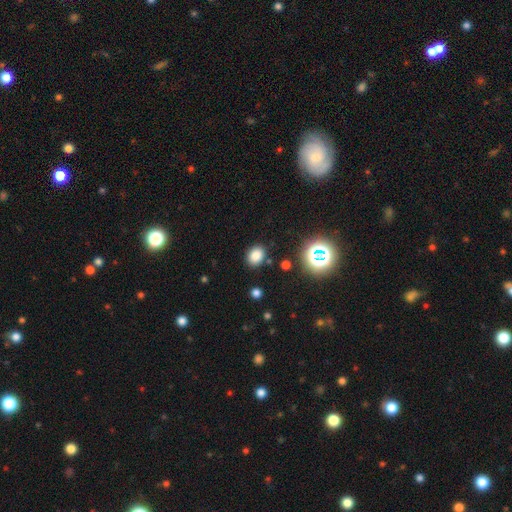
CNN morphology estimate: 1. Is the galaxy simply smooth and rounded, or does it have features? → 79% smooth, 15% star or artifact, 5% featured or disk.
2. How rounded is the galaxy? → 58% in between, 41% round, 1% cigar-shaped.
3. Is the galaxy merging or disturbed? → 85% none, 9% minor disturbance, 3% major disturbance, 3% merger.